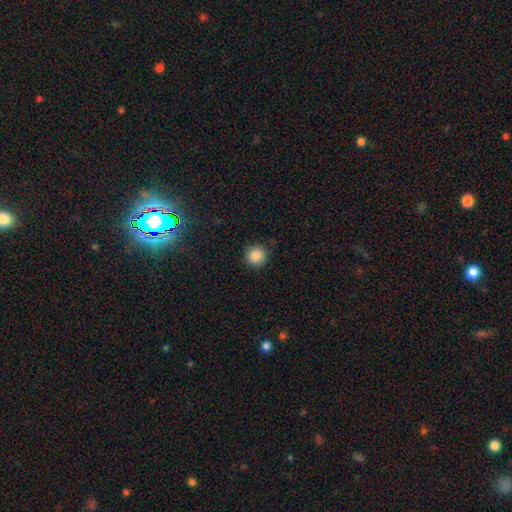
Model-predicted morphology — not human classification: This is clearly a smooth galaxy (86%). How rounded: clearly round (93%). Merging: clearly none (89%).